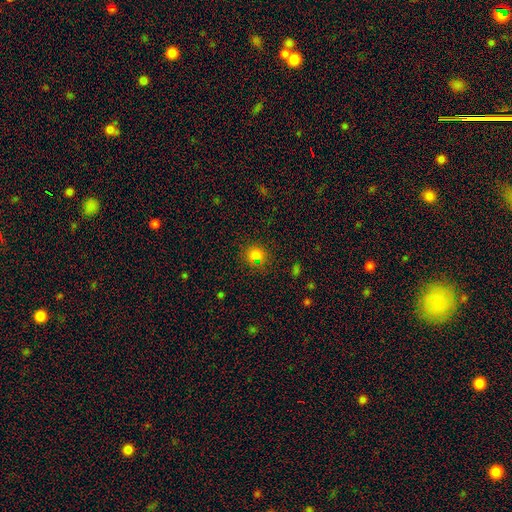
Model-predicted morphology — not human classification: This appears to be a smooth galaxy with no disk features (77%) that is round (83%). Merging: none (77%).